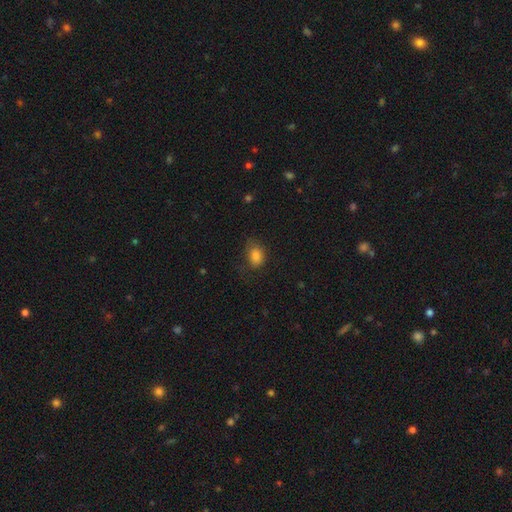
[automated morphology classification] type=smooth (84%); roundness=in between (75%); merging=none (55%).